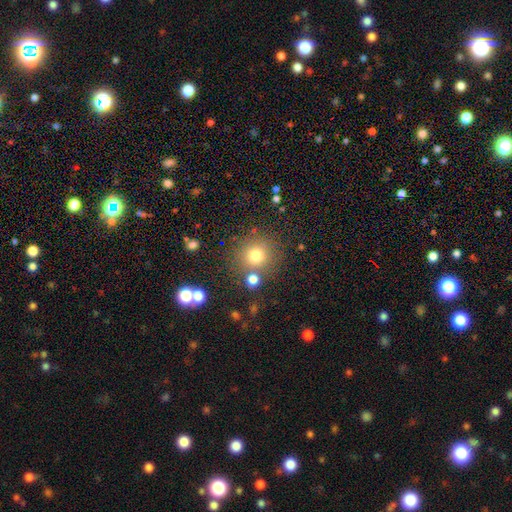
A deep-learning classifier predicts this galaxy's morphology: smooth-or-featured: smooth: 74% | star or artifact: 16% | featured or disk: 10%
  how-rounded: round: 91% | in between: 8% | cigar-shaped: 1%
  merging: none: 75% | merger: 11% | minor disturbance: 10% | major disturbance: 4%